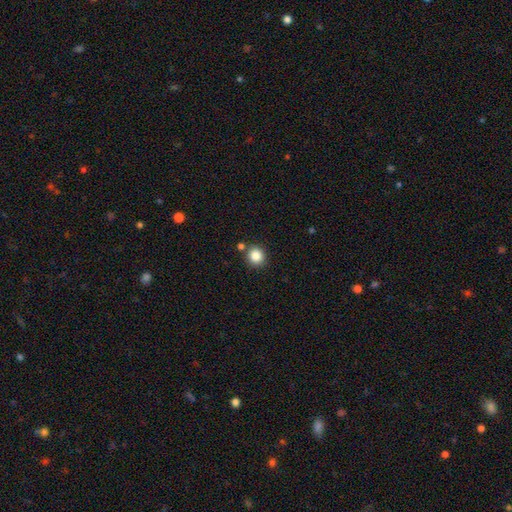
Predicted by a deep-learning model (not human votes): This appears to be a smooth galaxy with no disk features (85%) that is round (91%). Merging: none (82%).